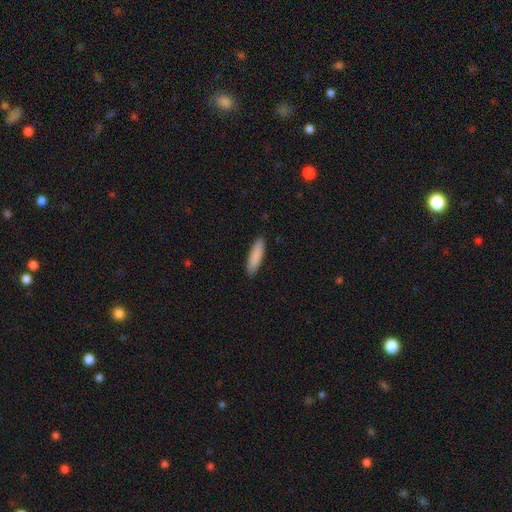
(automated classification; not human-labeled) A smooth galaxy with no disk features (88%) that is cigar-shaped (70%). Merging: none (90%).